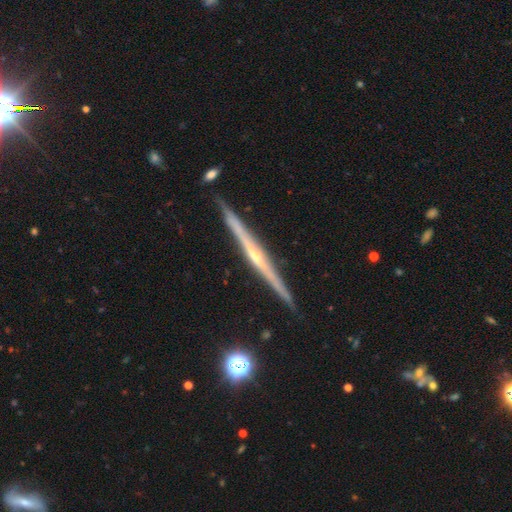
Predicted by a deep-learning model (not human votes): featured or disk 86%, smooth 9%, star or artifact 5%. Down the decision tree: edge-on disk — yes (98%); edge-on bulge — rounded (76%); merging — none (91%).